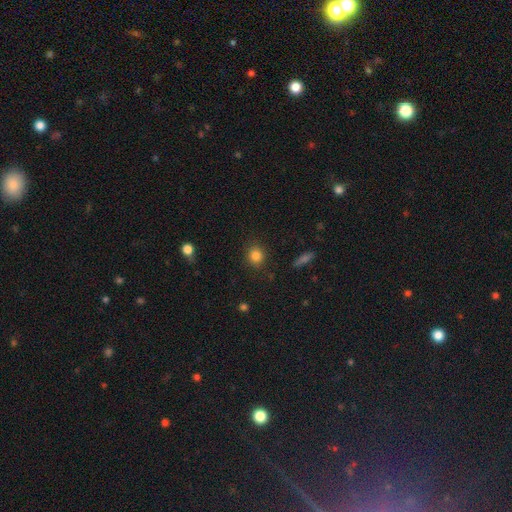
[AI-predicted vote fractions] Overall: smooth (83%). How rounded: round (80%). Merging: none (88%).